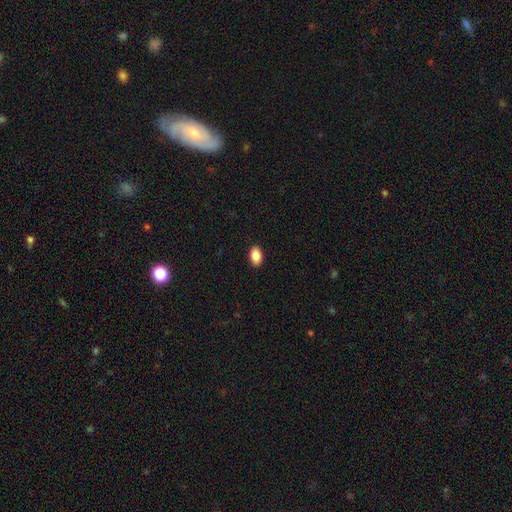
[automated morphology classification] smooth-or-featured: smooth: 89% | star or artifact: 7% | featured or disk: 4%
  how-rounded: in between: 92% | round: 7% | cigar-shaped: 1%
  merging: none: 91% | minor disturbance: 7% | major disturbance: 2% | merger: 1%